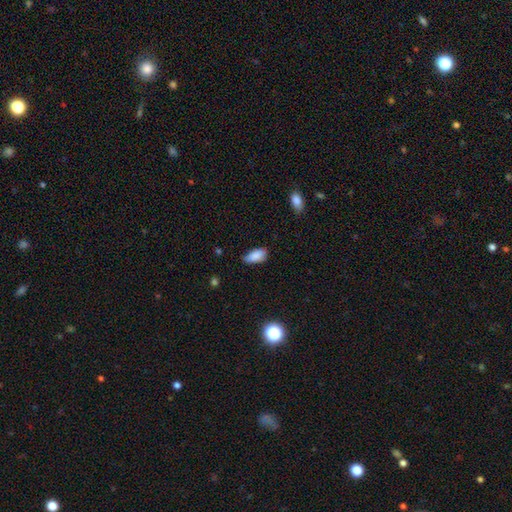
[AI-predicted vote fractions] Smooth or featured?
  - smooth: 87% *
  - star or artifact: 8%
  - featured or disk: 6%
How rounded?
  - in between: 91% *
  - cigar-shaped: 7%
  - round: 3%
Merging?
  - none: 69% *
  - minor disturbance: 26%
  - major disturbance: 4%
  - merger: 1%